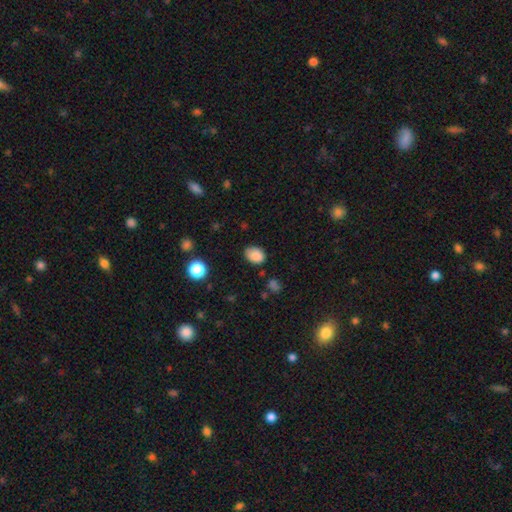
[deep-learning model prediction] The model was most divided on "how rounded": in between: 73%, round: 27%, cigar-shaped: 1%. More confident: smooth or featured — smooth (86%); merging — none (75%).